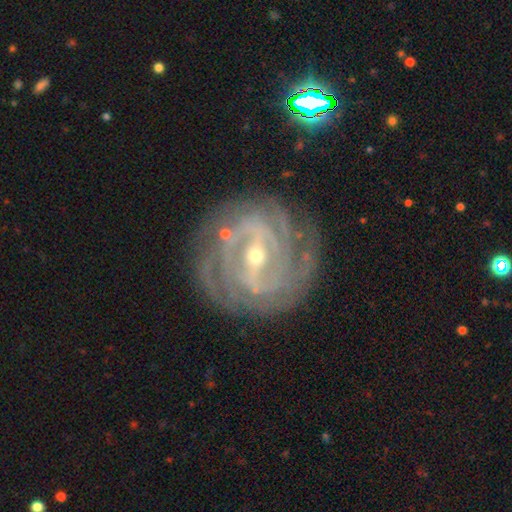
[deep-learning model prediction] Smooth or featured? Predicted: featured or disk (p=0.90). Edge-on disk? Predicted: no (p=0.96). Bar? Predicted: strong (p=0.57). Spiral arms? Predicted: yes (p=0.97). Spiral winding? Predicted: tight (p=0.74). Spiral arm count? Predicted: can't tell (p=0.23). Bulge size? Predicted: small (p=0.64). Merging? Predicted: none (p=0.80).